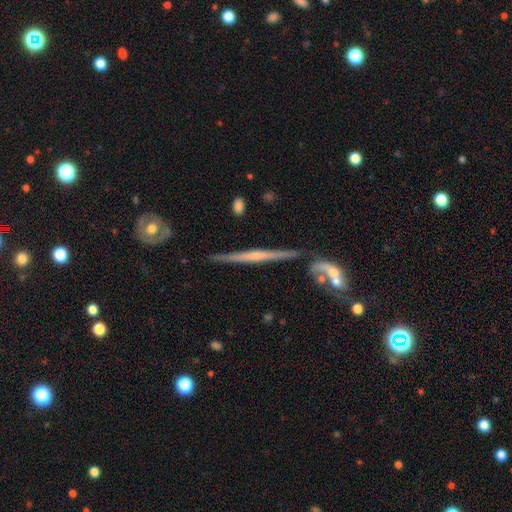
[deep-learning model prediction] Smooth or featured? featured or disk (71%)
Edge-on disk? yes (96%)
Edge-on bulge? rounded (47%)
Merging? none (76%)